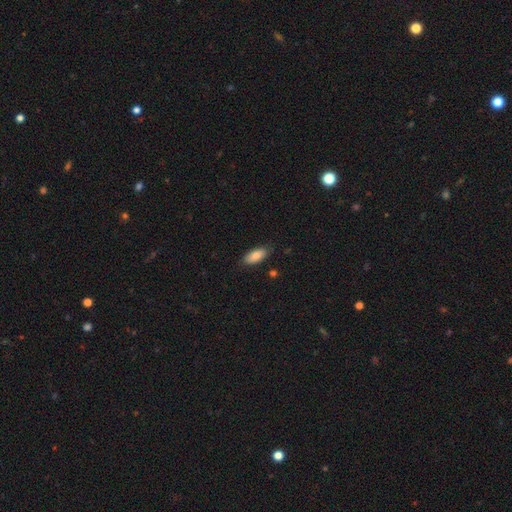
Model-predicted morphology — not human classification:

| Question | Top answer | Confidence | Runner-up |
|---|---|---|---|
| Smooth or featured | smooth | 86% | featured or disk (8%) |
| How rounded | in between | 86% | cigar-shaped (12%) |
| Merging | none | 83% | minor disturbance (13%) |